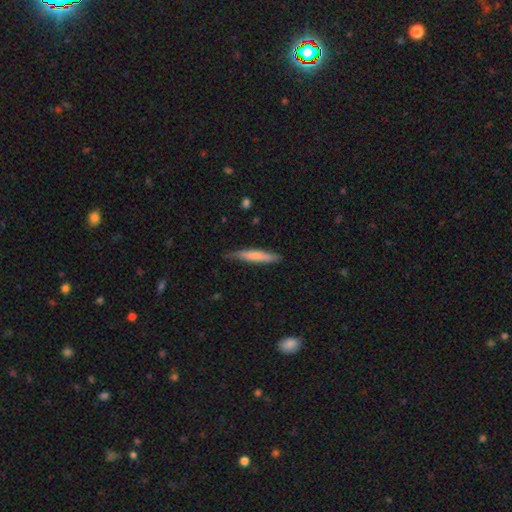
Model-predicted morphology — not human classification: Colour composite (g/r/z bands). It shows a smooth galaxy with no disk features (71%) that is cigar-shaped (91%). Merging: none (74%).